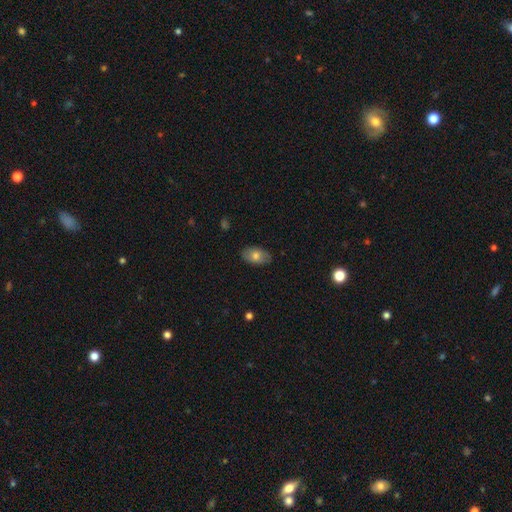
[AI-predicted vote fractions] This appears to be a smooth galaxy with no disk features (70%) that is in between round and cigar-shaped (91%). Merging: none (82%).